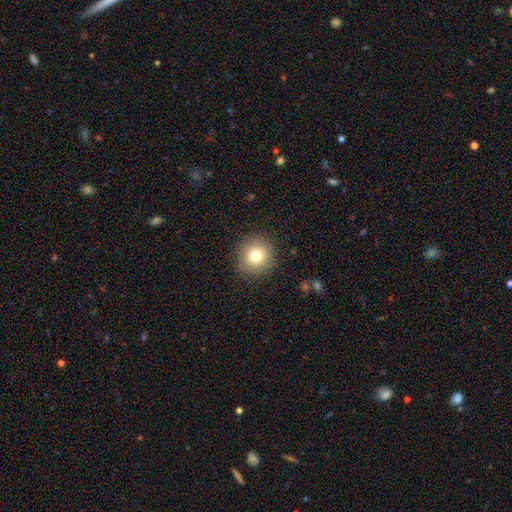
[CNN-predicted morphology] smooth_or_featured: smooth (p=0.78) [alt: star or artifact p=0.12]
how_rounded: round (p=0.92) [alt: in between p=0.07]
merging: none (p=0.88) [alt: minor disturbance p=0.08]